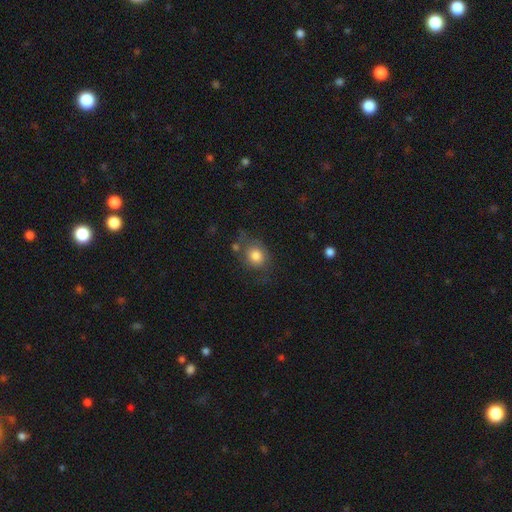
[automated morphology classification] Q: Smooth or featured?
A: smooth (76%); runner-up: featured or disk (16%)
Q: How rounded?
A: round (68%); runner-up: in between (31%)
Q: Merging?
A: none (56%); runner-up: minor disturbance (24%)